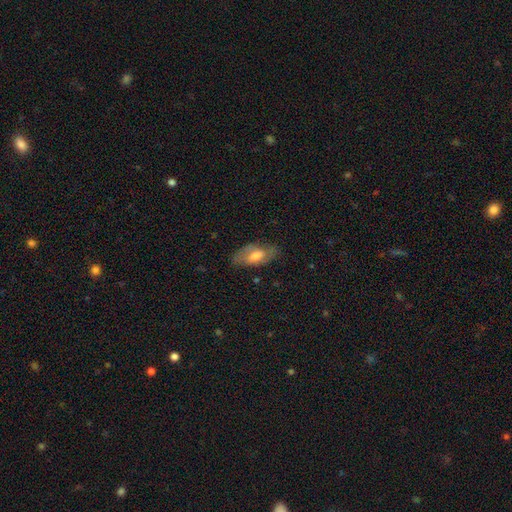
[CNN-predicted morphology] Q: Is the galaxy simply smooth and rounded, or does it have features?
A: smooth — 50%.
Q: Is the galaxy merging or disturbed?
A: none — 74%.